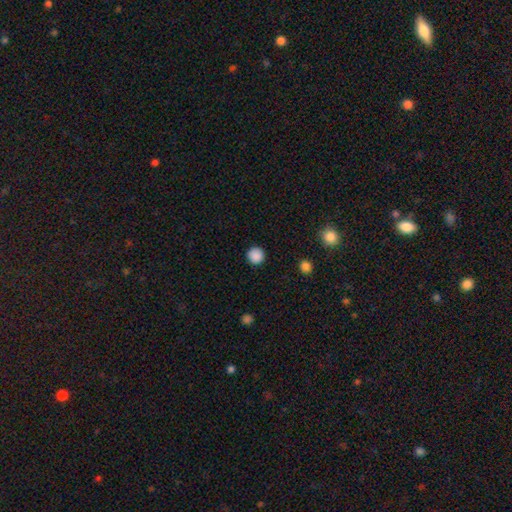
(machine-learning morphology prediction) Smooth or featured? Predicted: smooth (p=0.88). How rounded? Predicted: round (p=0.95). Merging? Predicted: none (p=0.91).